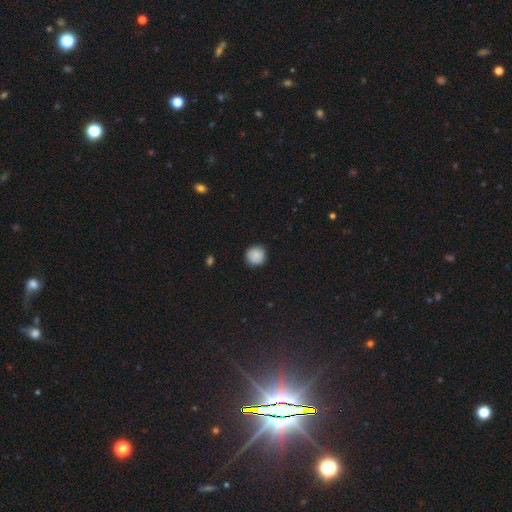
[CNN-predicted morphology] smooth 84%, star or artifact 9%, featured or disk 7%. Down the decision tree: how rounded — round (94%); merging — none (88%).